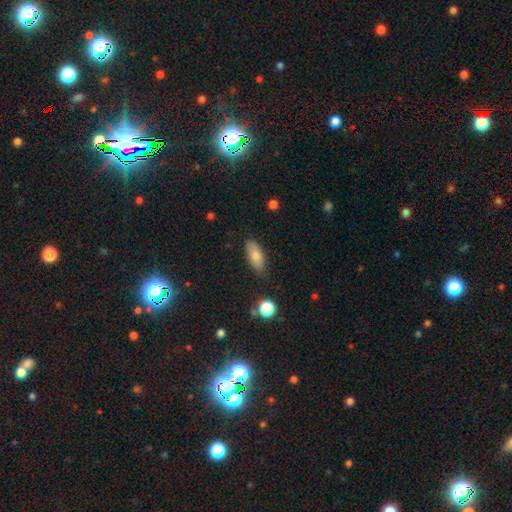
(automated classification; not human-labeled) smooth_or_featured: smooth (p=0.80) [alt: featured or disk p=0.13]
how_rounded: in between (p=0.81) [alt: cigar-shaped p=0.16]
merging: none (p=0.79) [alt: minor disturbance p=0.16]